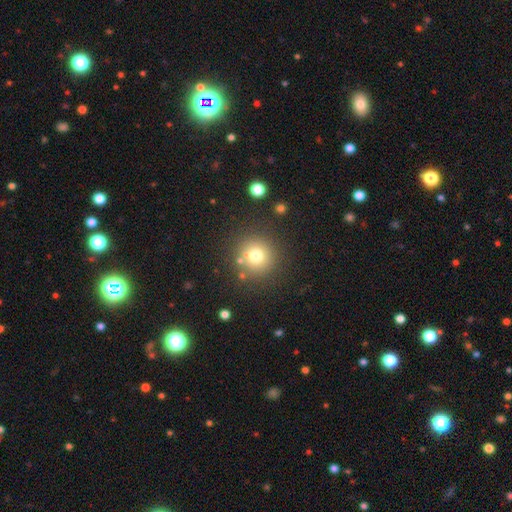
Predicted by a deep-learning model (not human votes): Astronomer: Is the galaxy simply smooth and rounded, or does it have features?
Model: smooth — 71%.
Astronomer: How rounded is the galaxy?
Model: round — 94%.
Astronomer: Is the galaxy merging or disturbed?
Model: none — 80%.